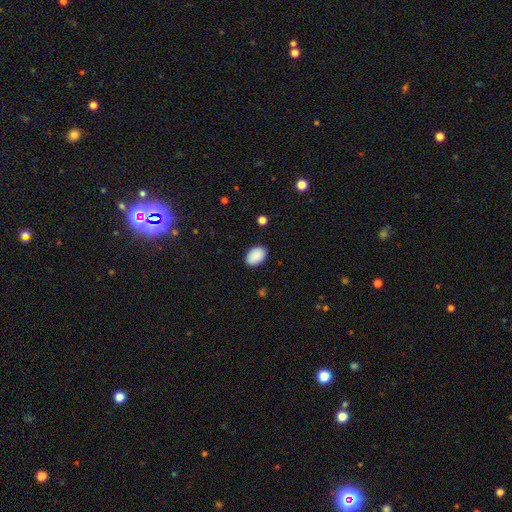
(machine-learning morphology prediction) smooth-or-featured: smooth: 90% | star or artifact: 7% | featured or disk: 3%
  how-rounded: in between: 87% | round: 12% | cigar-shaped: 1%
  merging: none: 88% | minor disturbance: 8% | major disturbance: 2% | merger: 1%